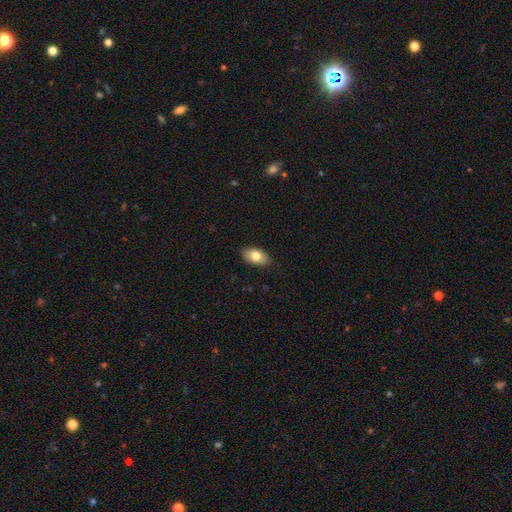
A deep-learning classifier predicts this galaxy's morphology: smooth_or_featured: smooth (p=0.78) [alt: featured or disk p=0.15]
how_rounded: in between (p=0.92) [alt: round p=0.06]
merging: none (p=0.87) [alt: minor disturbance p=0.10]